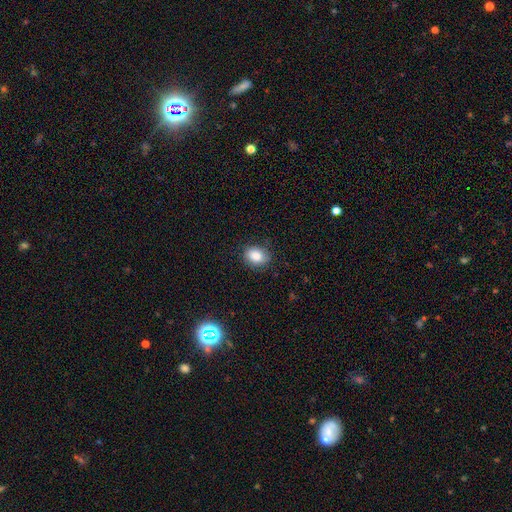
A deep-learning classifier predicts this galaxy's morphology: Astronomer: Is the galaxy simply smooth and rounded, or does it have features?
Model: smooth — 85%.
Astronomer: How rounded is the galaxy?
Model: in between — 57% (runner-up: round, 42%).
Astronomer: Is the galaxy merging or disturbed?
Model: none — 81%.